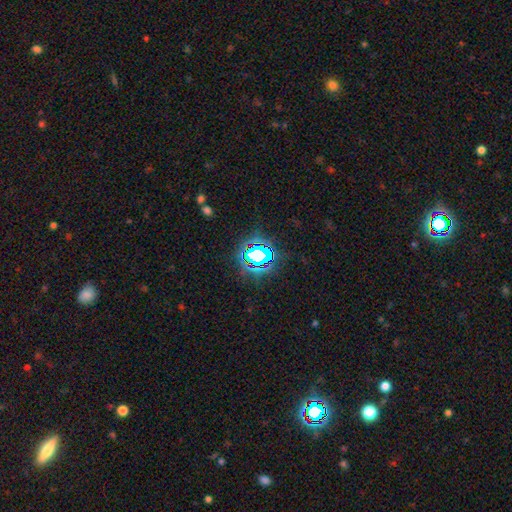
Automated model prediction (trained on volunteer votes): Q: Smooth or featured?
A: star or artifact (68%); runner-up: smooth (19%)